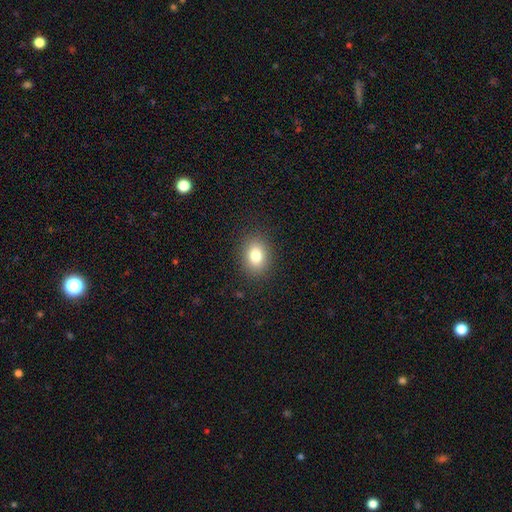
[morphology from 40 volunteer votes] smooth-or-featured: smooth: 80% | star or artifact: 12% | featured or disk: 8%
  how-rounded: in between: 53% | round: 47% | cigar-shaped: 0%
  merging: none: 74% | minor disturbance: 11% | merger: 9% | major disturbance: 6%